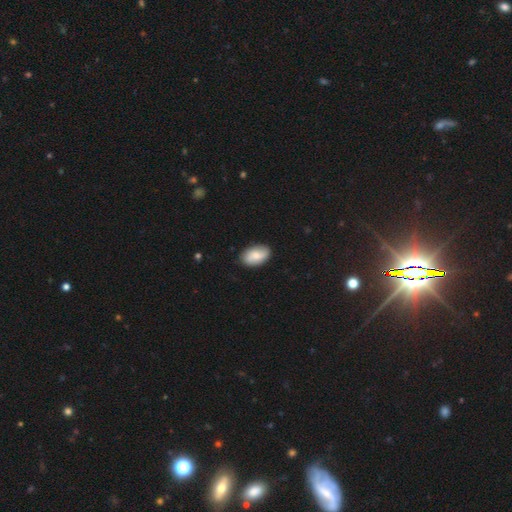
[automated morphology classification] Overall: smooth (69%). How rounded: in between (91%). Merging: none (85%).